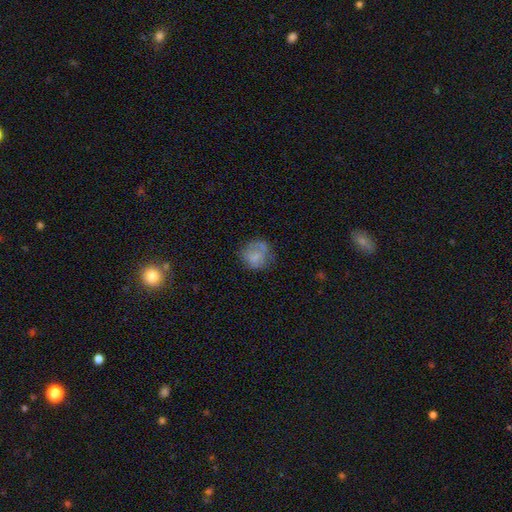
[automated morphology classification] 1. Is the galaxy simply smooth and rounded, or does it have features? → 67% smooth, 22% featured or disk, 11% star or artifact.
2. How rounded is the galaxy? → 76% round, 23% in between, 1% cigar-shaped.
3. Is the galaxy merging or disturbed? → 57% none, 25% minor disturbance, 15% major disturbance, 3% merger.